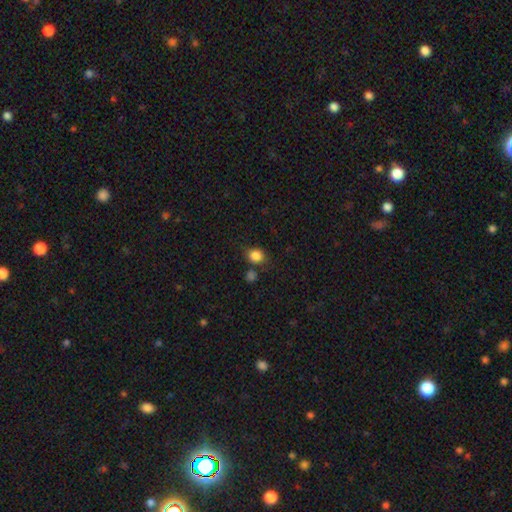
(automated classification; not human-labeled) Overall: smooth (84%). How rounded: round (69%; in between 29%). Merging: none (70%).